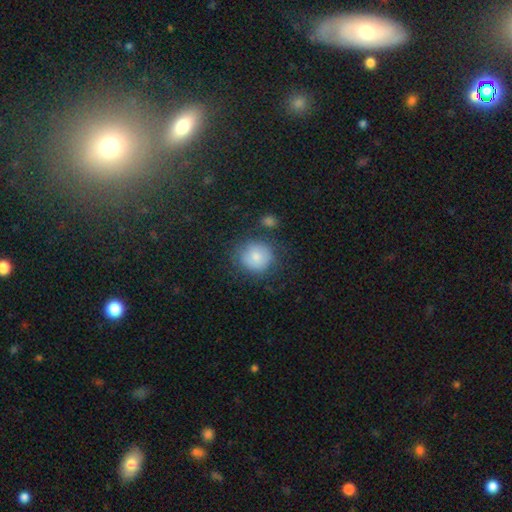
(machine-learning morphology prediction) type=smooth (72%); roundness=round (88%); merging=none (74%).